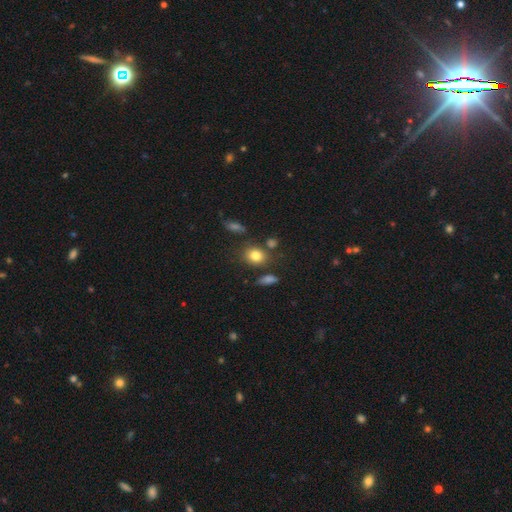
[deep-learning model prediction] smooth 81%, star or artifact 11%, featured or disk 9%. Down the decision tree: how rounded — round (52%); merging — none (73%).